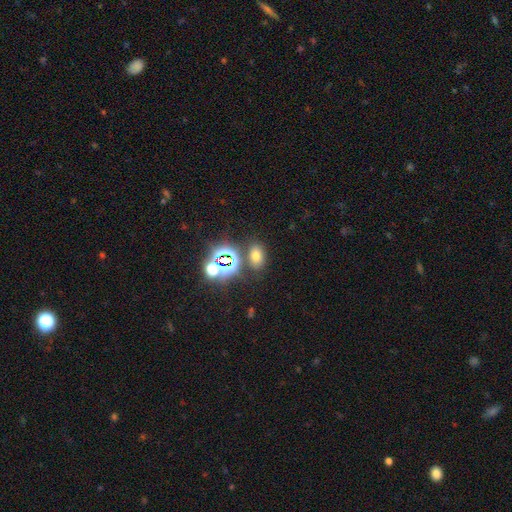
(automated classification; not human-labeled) Smooth or featured?
  - smooth: 63% *
  - star or artifact: 29%
  - featured or disk: 9%
How rounded?
  - in between: 78% *
  - round: 20%
  - cigar-shaped: 2%
Merging?
  - none: 79% *
  - minor disturbance: 10%
  - merger: 8%
  - major disturbance: 4%